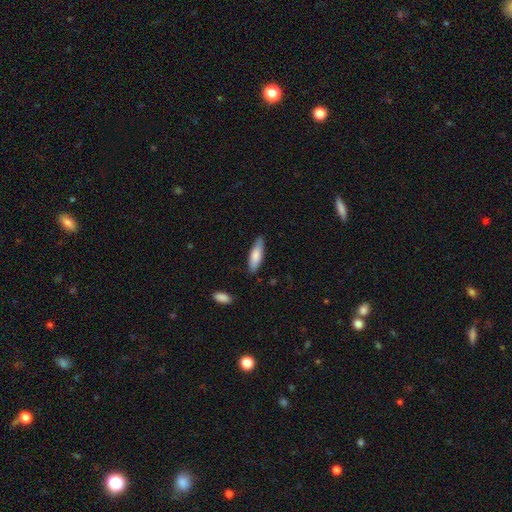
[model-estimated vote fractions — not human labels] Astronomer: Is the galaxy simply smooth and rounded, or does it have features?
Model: smooth — 79%.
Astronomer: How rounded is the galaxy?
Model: cigar-shaped — 51% (runner-up: in between, 47%).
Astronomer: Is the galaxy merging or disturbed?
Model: none — 79%.